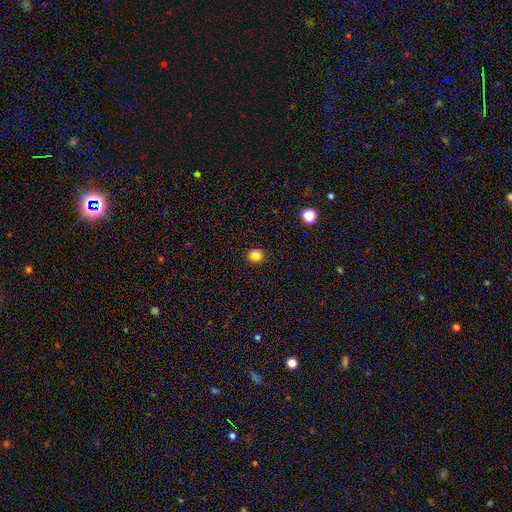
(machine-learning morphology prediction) This appears to be a smooth galaxy with no disk features (65%) that is round (78%). Merging: none (88%).